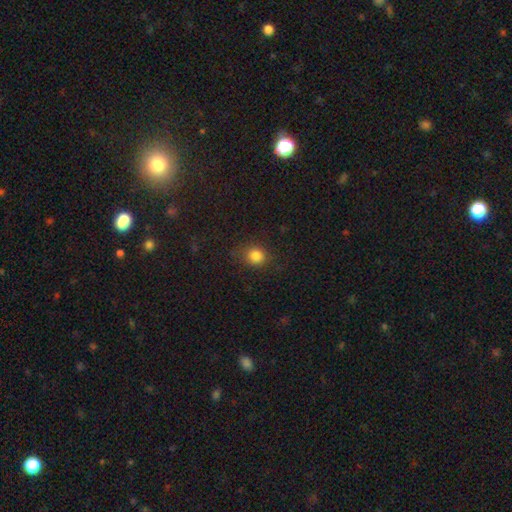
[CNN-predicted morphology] Smooth or featured?
  - smooth: 83% *
  - star or artifact: 12%
  - featured or disk: 5%
How rounded?
  - round: 77% *
  - in between: 22%
  - cigar-shaped: 1%
Merging?
  - none: 81% *
  - minor disturbance: 13%
  - major disturbance: 5%
  - merger: 1%